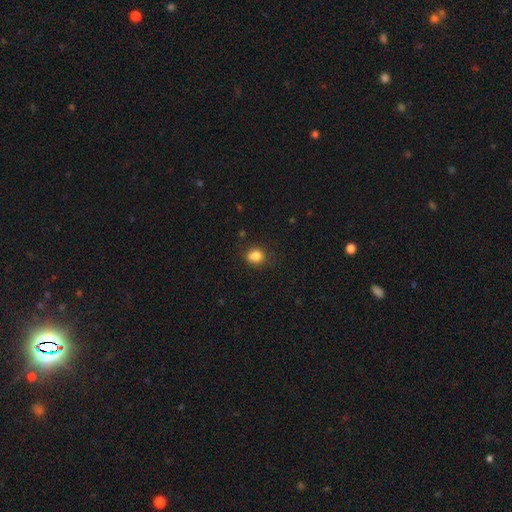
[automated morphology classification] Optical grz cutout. It shows a smooth galaxy with no disk features (81%) that is round (71%). Merging: none (64%).